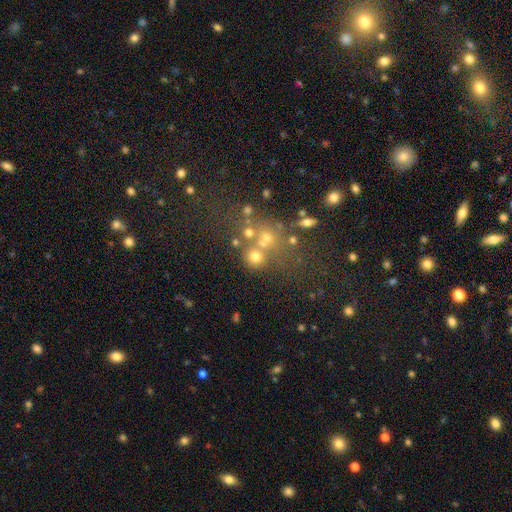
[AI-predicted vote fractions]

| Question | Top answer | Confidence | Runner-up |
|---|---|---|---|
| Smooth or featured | smooth | 54% | star or artifact (28%) |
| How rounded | round | 81% | in between (17%) |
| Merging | none | 53% | merger (30%) |